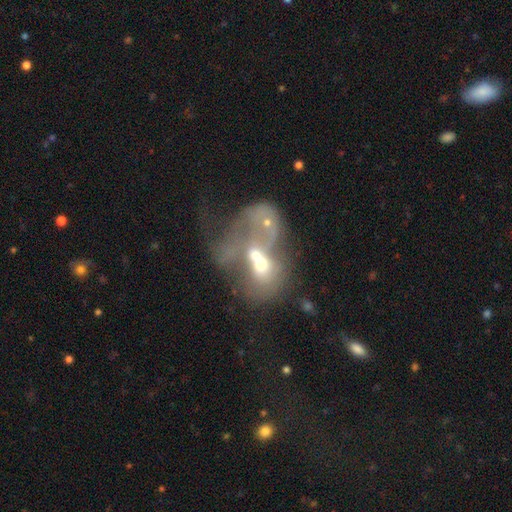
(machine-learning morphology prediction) A featured or disk galaxy (49%).

Vote fractions:
- Smooth or featured? featured or disk: 49% / smooth: 39% / star or artifact: 13%
- Merging? merger: 77% / major disturbance: 15% / none: 5% / minor disturbance: 3%